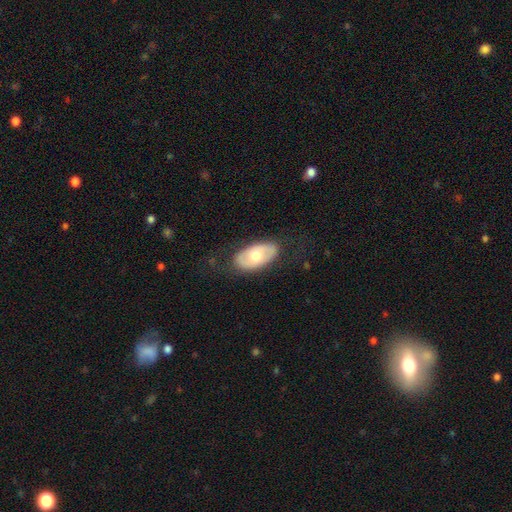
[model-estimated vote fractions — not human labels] smooth-or-featured: smooth: 55% | featured or disk: 39% | star or artifact: 5%
  how-rounded: in between: 93% | round: 4% | cigar-shaped: 2%
  merging: none: 78% | minor disturbance: 15% | major disturbance: 5% | merger: 1%